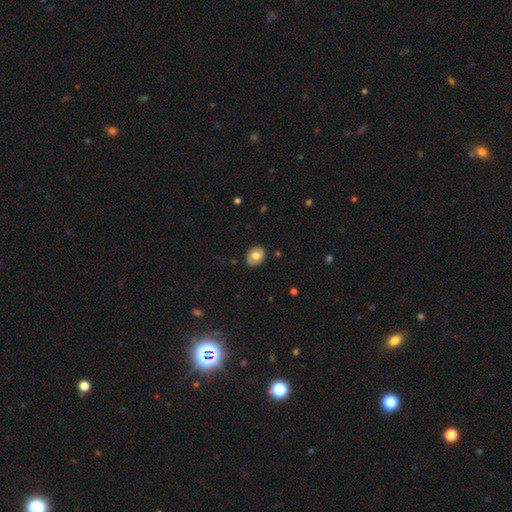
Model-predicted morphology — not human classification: Overall: smooth (65%; featured or disk 28%). How rounded: in between (74%). Merging: none (85%).